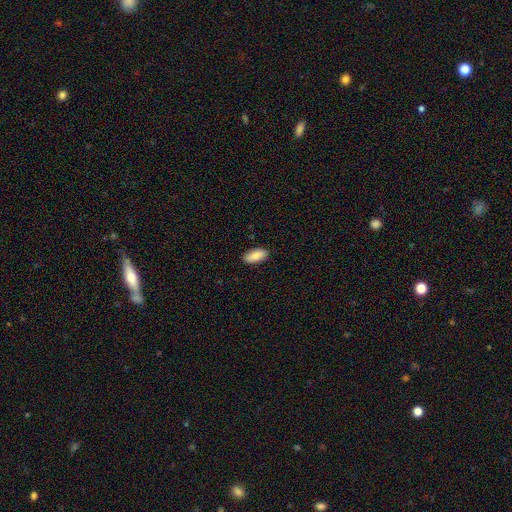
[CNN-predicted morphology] A smooth galaxy with no disk features (86%) that is in between round and cigar-shaped (92%).

Vote fractions:
- Smooth or featured? smooth: 86% / featured or disk: 8% / star or artifact: 6%
- How rounded? in between: 92% / cigar-shaped: 6% / round: 2%
- Merging? none: 89% / minor disturbance: 8% / major disturbance: 2% / merger: 1%